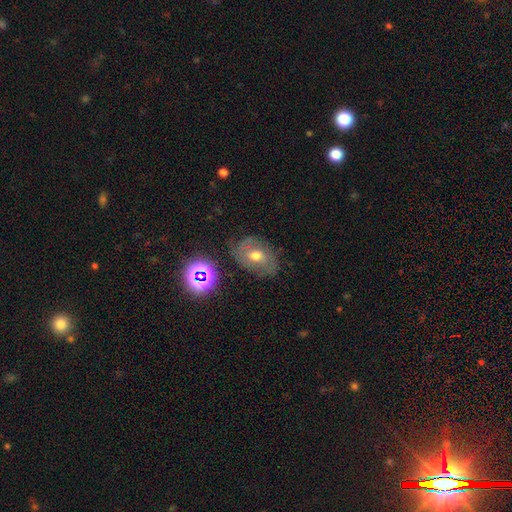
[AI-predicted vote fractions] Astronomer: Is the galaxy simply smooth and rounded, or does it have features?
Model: featured or disk — 43% (runner-up: smooth, 39%).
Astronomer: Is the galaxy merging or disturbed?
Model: none — 70%.